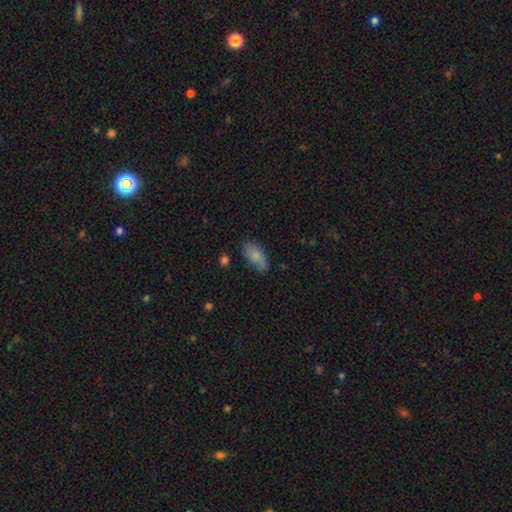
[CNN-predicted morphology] This appears to be a smooth galaxy with no disk features (80%) that is in between round and cigar-shaped (89%). Merging: none (69%).